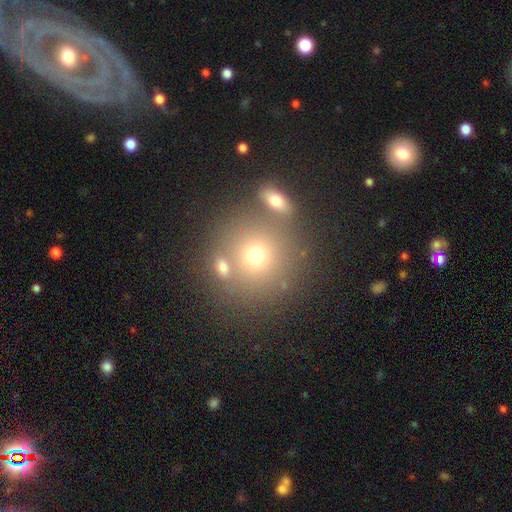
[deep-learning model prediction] Smooth or featured? Predicted: smooth (p=0.66). How rounded? Predicted: round (p=0.90). Merging? Predicted: none (p=0.62).